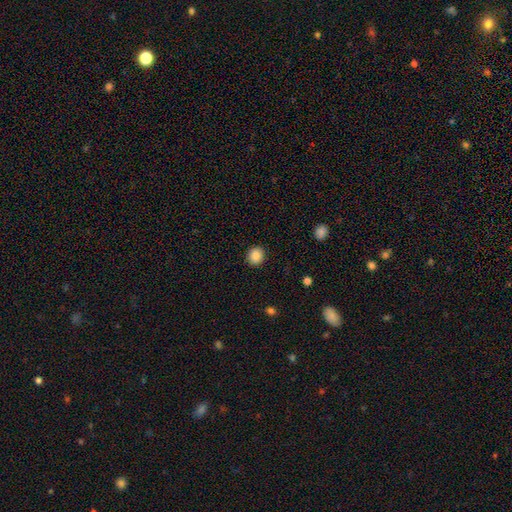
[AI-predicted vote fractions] A smooth galaxy with no disk features (87%) that is round (84%).

Vote fractions:
- Smooth or featured? smooth: 87% / star or artifact: 9% / featured or disk: 4%
- How rounded? round: 84% / in between: 15% / cigar-shaped: 1%
- Merging? none: 92% / minor disturbance: 6% / major disturbance: 2% / merger: 1%